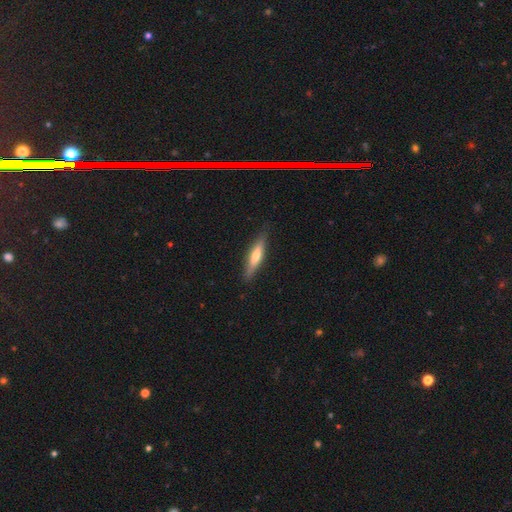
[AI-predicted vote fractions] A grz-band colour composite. It shows a smooth galaxy with no disk features (53%) that is cigar-shaped (81%). Merging: none (87%).